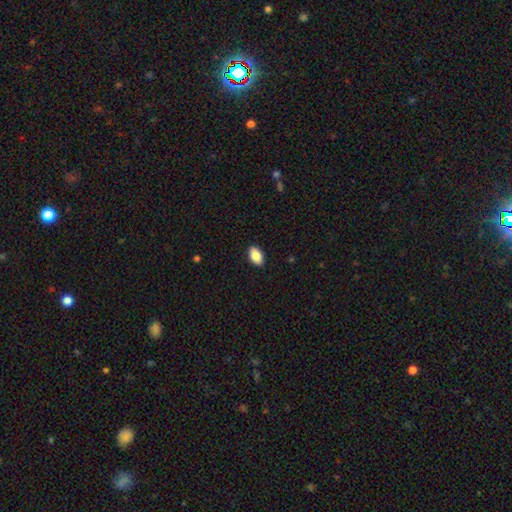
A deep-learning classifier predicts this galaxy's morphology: This is clearly a smooth galaxy (86%). How rounded: clearly in between (93%). Merging: clearly none (90%).